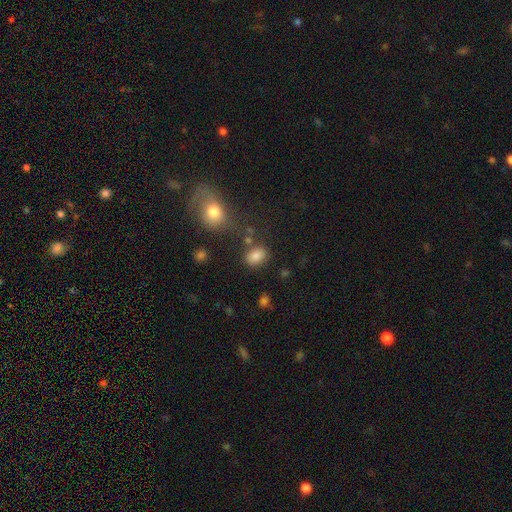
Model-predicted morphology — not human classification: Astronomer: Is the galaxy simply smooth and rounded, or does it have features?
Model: smooth — 82%.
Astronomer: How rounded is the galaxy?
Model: in between — 72%.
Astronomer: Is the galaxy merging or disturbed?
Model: none — 76%.